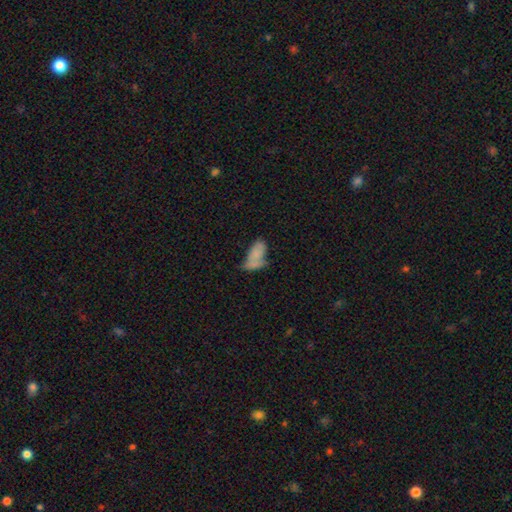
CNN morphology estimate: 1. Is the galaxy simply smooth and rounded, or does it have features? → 70% smooth, 20% featured or disk, 10% star or artifact.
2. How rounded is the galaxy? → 90% in between, 7% cigar-shaped, 4% round.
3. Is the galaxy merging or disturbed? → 31% none, 26% minor disturbance, 23% merger, 20% major disturbance.